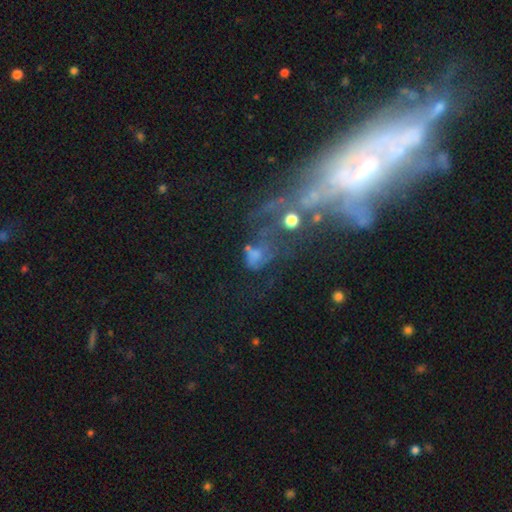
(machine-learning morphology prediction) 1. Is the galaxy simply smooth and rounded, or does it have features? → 41% smooth, 34% featured or disk, 24% star or artifact.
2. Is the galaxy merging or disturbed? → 34% major disturbance, 26% none, 24% merger, 16% minor disturbance.